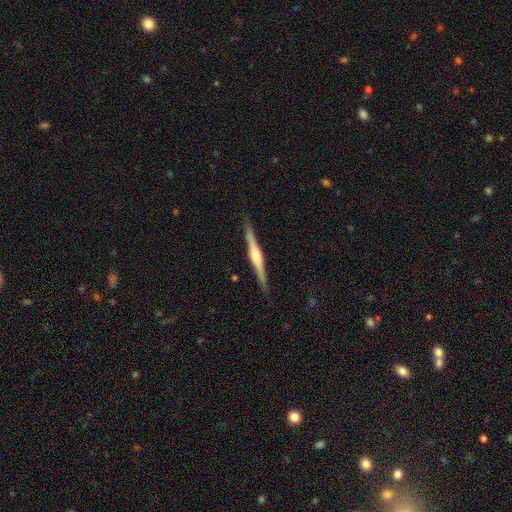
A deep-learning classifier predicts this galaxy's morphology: The model was most divided on "smooth or featured": featured or disk: 78%, smooth: 17%, star or artifact: 5%. More confident: edge-on disk — yes (98%); merging — none (90%); edge-on bulge — rounded (78%).